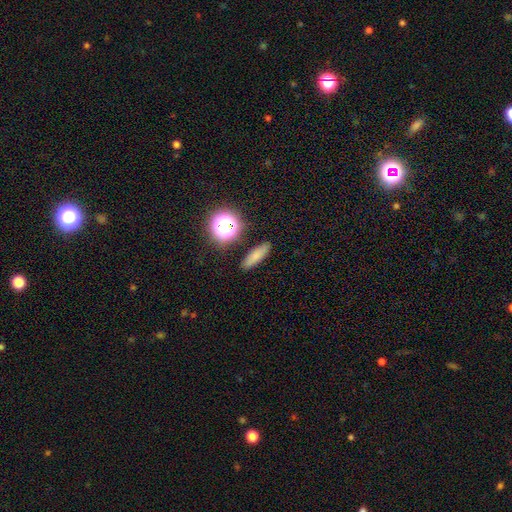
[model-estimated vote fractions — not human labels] Smooth or featured: smooth — 76% (star or artifact — 13%)
How rounded: cigar-shaped — 58% (in between — 31%)
Merging: none — 87% (minor disturbance — 8%)